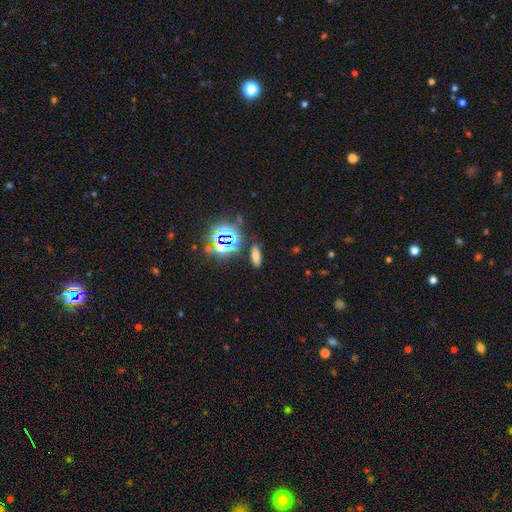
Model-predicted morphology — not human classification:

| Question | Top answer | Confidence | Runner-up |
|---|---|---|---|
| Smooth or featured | smooth | 60% | star or artifact (30%) |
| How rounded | in between | 64% | cigar-shaped (29%) |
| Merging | none | 84% | minor disturbance (9%) |